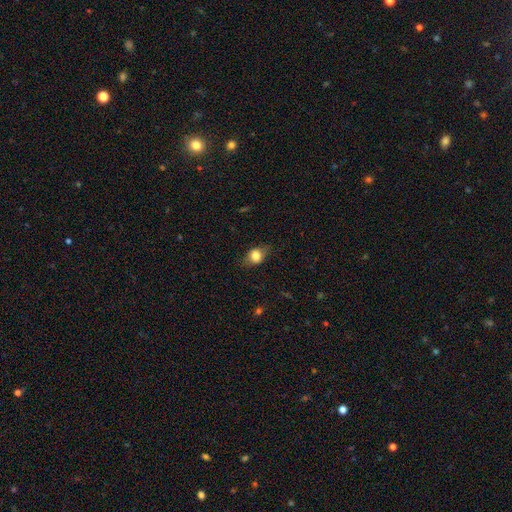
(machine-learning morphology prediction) A smooth galaxy with no disk features (74%) that is in between round and cigar-shaped (59%).

Vote fractions:
- Smooth or featured? smooth: 74% / featured or disk: 17% / star or artifact: 9%
- How rounded? in between: 59% / round: 38% / cigar-shaped: 3%
- Merging? none: 73% / minor disturbance: 20% / major disturbance: 7% / merger: 1%